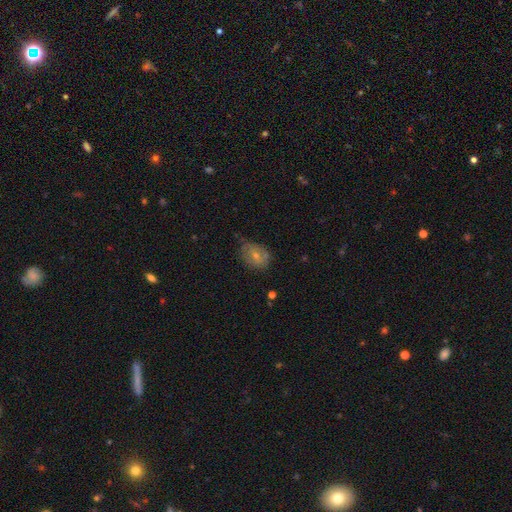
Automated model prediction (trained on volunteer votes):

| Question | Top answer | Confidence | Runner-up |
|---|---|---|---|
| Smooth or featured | smooth | 48% | featured or disk (36%) |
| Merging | none | 55% | minor disturbance (32%) |